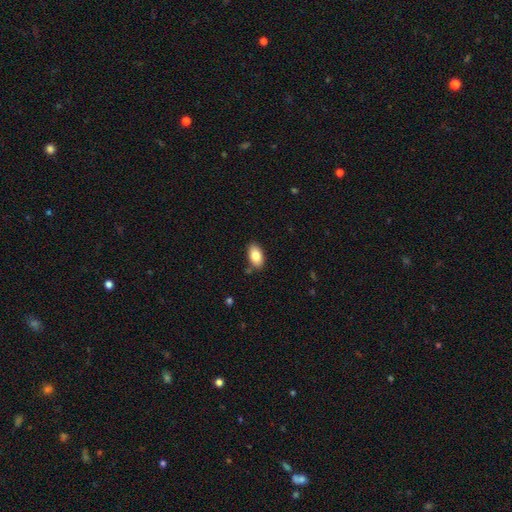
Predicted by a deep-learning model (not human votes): Q: Smooth or featured?
A: smooth (84%); runner-up: featured or disk (9%)
Q: How rounded?
A: in between (94%); runner-up: round (4%)
Q: Merging?
A: none (84%); runner-up: minor disturbance (11%)